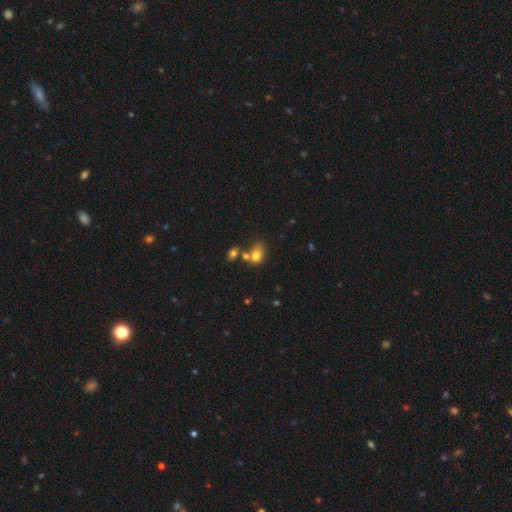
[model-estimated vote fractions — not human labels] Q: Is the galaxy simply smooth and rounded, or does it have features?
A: smooth — 76%.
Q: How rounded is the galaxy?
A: in between — 66%.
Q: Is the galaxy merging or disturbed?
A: none — 40%.